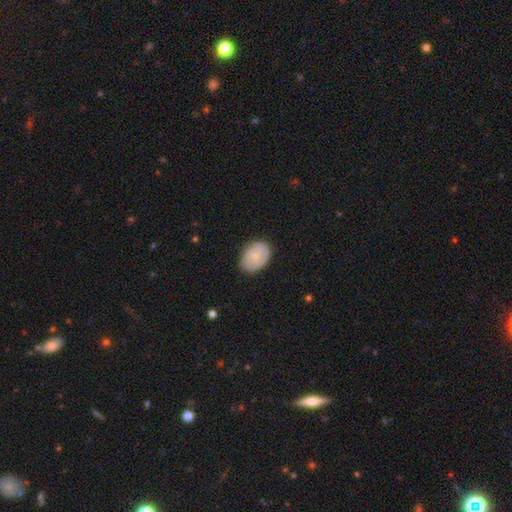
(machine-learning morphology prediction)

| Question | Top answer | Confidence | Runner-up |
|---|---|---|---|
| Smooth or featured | smooth | 75% | featured or disk (19%) |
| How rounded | in between | 78% | round (21%) |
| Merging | none | 79% | minor disturbance (17%) |